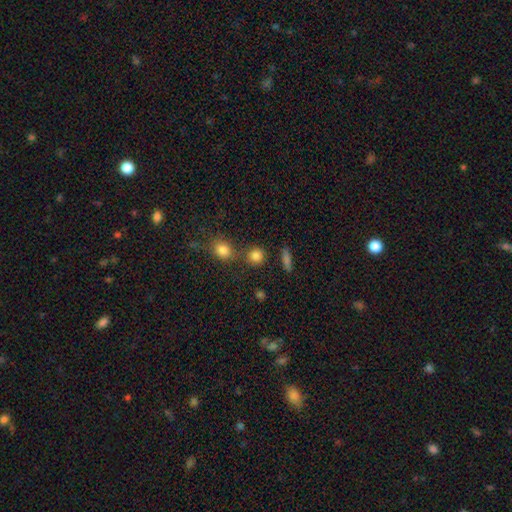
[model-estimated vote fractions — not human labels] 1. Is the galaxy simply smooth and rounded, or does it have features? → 82% smooth, 12% star or artifact, 6% featured or disk.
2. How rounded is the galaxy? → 85% round, 13% in between, 2% cigar-shaped.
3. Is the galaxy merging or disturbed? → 65% none, 22% merger, 9% minor disturbance, 4% major disturbance.